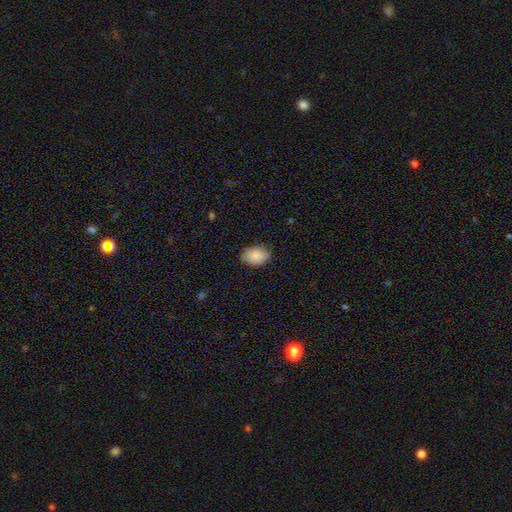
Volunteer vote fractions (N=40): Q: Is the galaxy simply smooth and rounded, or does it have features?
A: smooth — 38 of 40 (95%).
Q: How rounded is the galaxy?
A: in between — 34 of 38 (89%).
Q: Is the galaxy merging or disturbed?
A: none — 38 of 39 (97%).